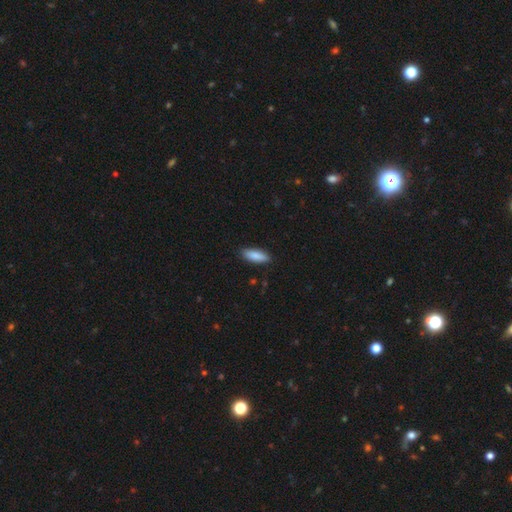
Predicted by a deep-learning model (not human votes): Overall: smooth (86%). How rounded: in between (62%; cigar-shaped 36%). Merging: none (88%).